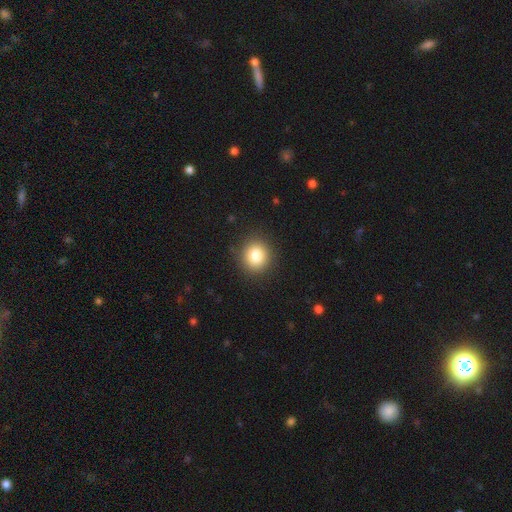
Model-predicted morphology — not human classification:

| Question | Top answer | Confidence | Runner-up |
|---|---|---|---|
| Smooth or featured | smooth | 82% | star or artifact (11%) |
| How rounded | round | 89% | in between (10%) |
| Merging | none | 90% | minor disturbance (7%) |